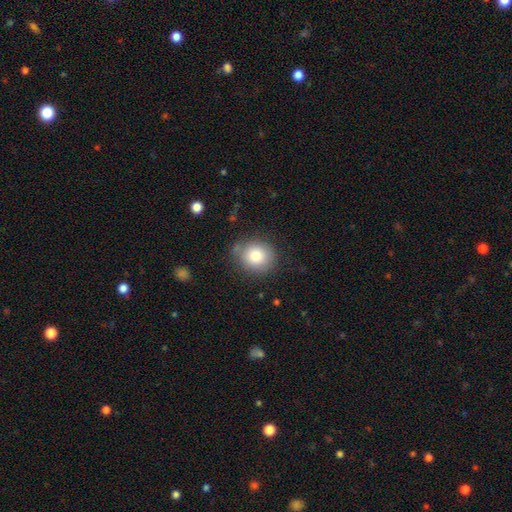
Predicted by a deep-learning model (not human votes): Overall: smooth (82%). How rounded: round (79%). Merging: none (79%).